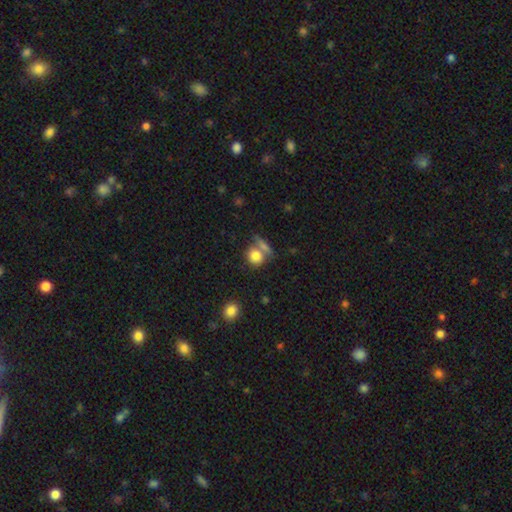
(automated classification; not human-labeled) Smooth or featured? Predicted: smooth (p=0.81). How rounded? Predicted: round (p=0.70). Merging? Predicted: none (p=0.49).